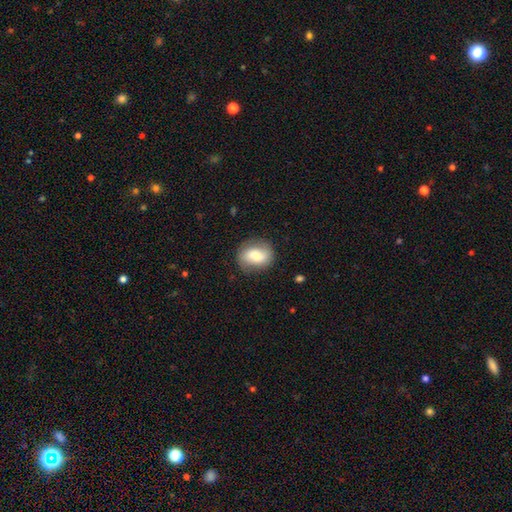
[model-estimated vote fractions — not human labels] smooth-or-featured: smooth: 71% | featured or disk: 22% | star or artifact: 7%
  how-rounded: in between: 53% | round: 45% | cigar-shaped: 2%
  merging: none: 81% | minor disturbance: 14% | major disturbance: 4% | merger: 1%